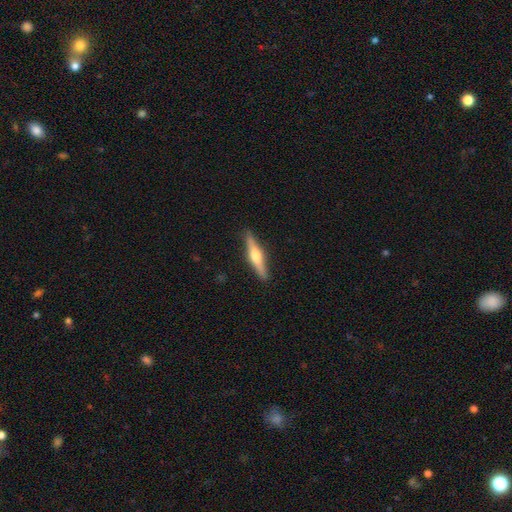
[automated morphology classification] type=featured or disk (61%); edge-on=yes (97%); edge-on bulge=rounded (89%); merging=none (89%).